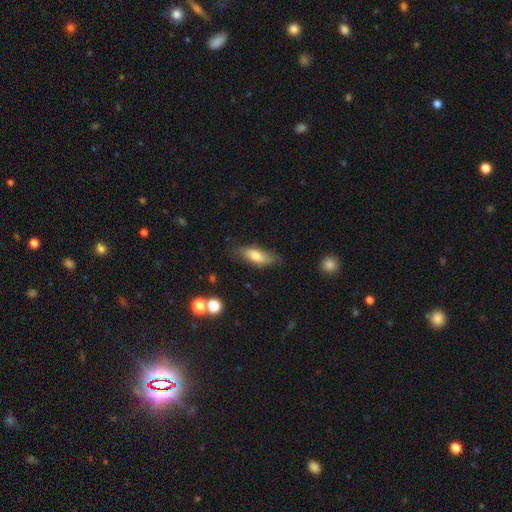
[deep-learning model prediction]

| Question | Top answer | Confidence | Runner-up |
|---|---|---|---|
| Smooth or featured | smooth | 73% | featured or disk (20%) |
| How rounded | in between | 63% | cigar-shaped (35%) |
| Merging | none | 72% | minor disturbance (20%) |